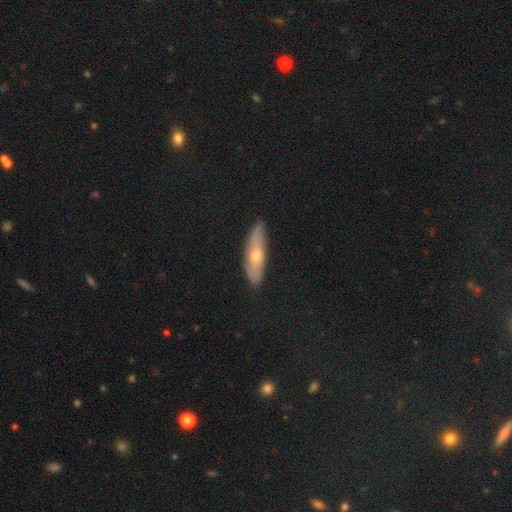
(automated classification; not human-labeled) Q: Smooth or featured?
A: smooth (48%); runner-up: featured or disk (44%)
Q: Merging?
A: none (81%); runner-up: minor disturbance (15%)